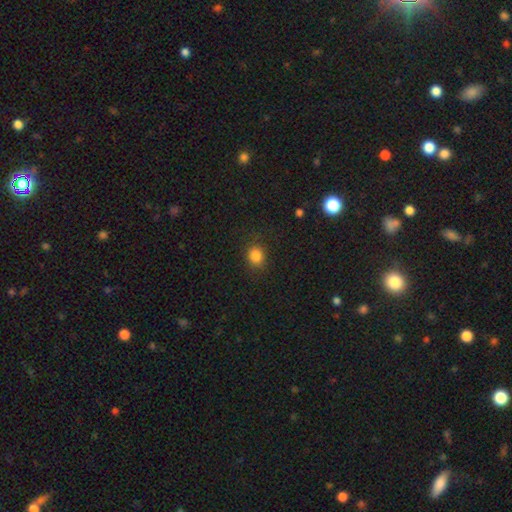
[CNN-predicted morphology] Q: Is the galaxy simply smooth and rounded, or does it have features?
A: smooth — 84%.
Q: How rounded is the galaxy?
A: round — 70%.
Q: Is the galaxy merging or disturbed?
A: none — 85%.